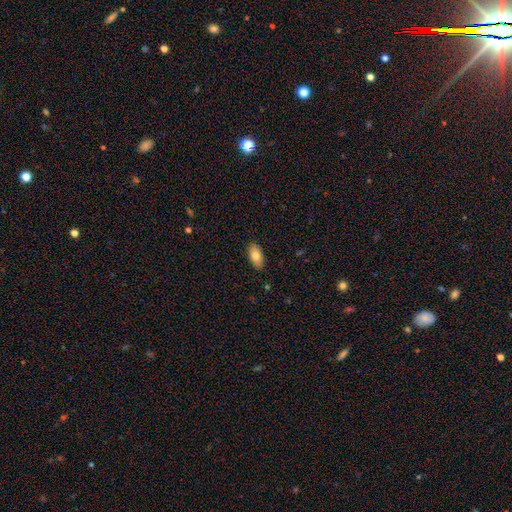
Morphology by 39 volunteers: Smooth or featured: smooth — 77% (featured or disk — 15%)
How rounded: in between — 83% (cigar-shaped — 10%)
Merging: none — 81% (minor disturbance — 17%)